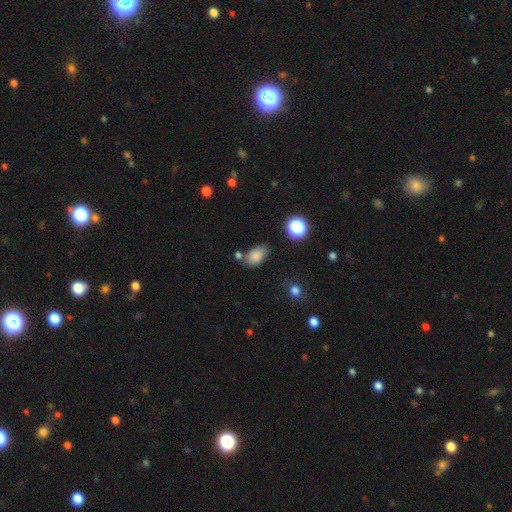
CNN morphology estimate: smooth-or-featured: smooth: 82% | star or artifact: 11% | featured or disk: 6%
  how-rounded: in between: 86% | round: 12% | cigar-shaped: 2%
  merging: none: 66% | minor disturbance: 19% | merger: 11% | major disturbance: 5%